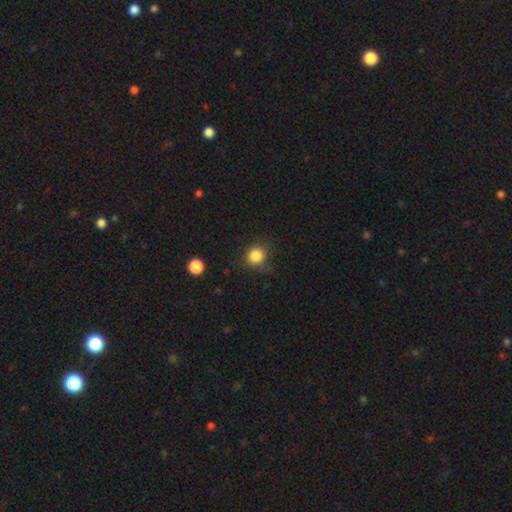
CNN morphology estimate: This is clearly a smooth galaxy (85%). How rounded: clearly round (90%). Merging: likely none (80%).